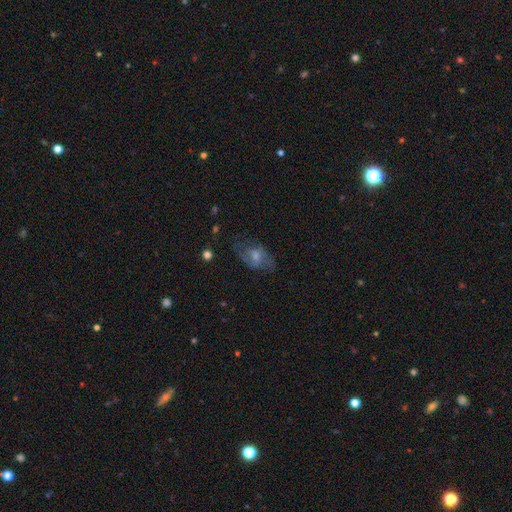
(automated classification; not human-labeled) smooth-or-featured: featured or disk: 58% | smooth: 27% | star or artifact: 15%
  disk-edge-on: no: 94% | yes: 6%
    bar: no: 51% | weak: 40% | strong: 9%
    has-spiral-arms: yes: 81% | no: 19%
    bulge-size: moderate: 50% | small: 35% | large: 7% | none: 6% | dominant: 1%
  merging: none: 69% | minor disturbance: 19% | major disturbance: 11% | merger: 2%